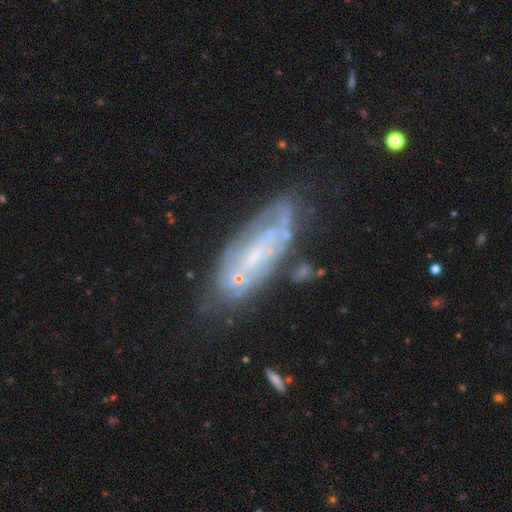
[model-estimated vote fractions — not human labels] Smooth or featured? Predicted: featured or disk (p=0.66). Edge-on disk? Predicted: no (p=0.85). Bar? Predicted: no (p=0.67). Spiral arms? Predicted: yes (p=0.55). Bulge size? Predicted: small (p=0.42). Merging? Predicted: none (p=0.54).